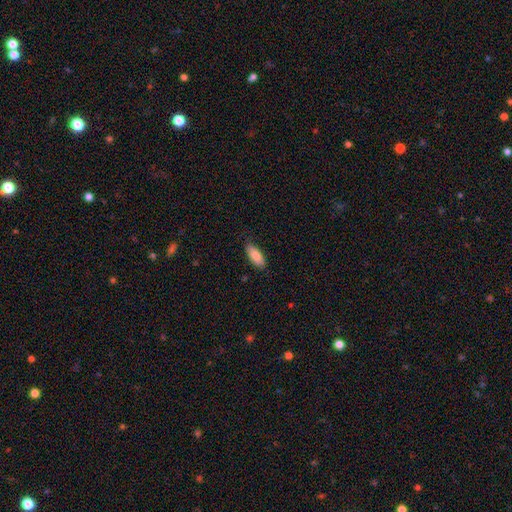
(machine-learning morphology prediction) Smooth or featured?
  - smooth: 86% *
  - featured or disk: 8%
  - star or artifact: 6%
How rounded?
  - in between: 77% *
  - cigar-shaped: 21%
  - round: 2%
Merging?
  - none: 83% *
  - minor disturbance: 14%
  - major disturbance: 2%
  - merger: 1%